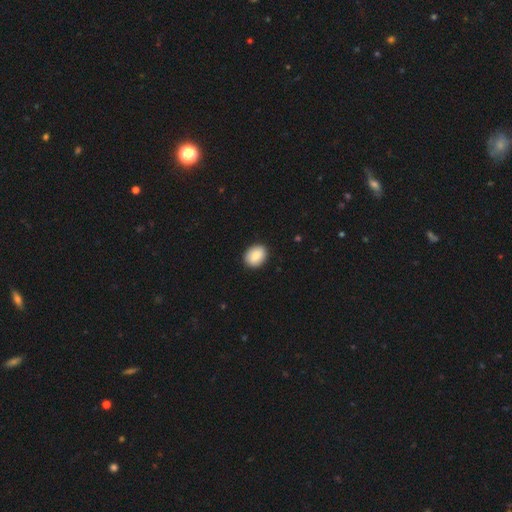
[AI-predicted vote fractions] Smooth or featured?
  - smooth: 86% *
  - featured or disk: 7%
  - star or artifact: 7%
How rounded?
  - in between: 59% *
  - round: 40%
  - cigar-shaped: 1%
Merging?
  - none: 90% *
  - minor disturbance: 7%
  - major disturbance: 2%
  - merger: 1%